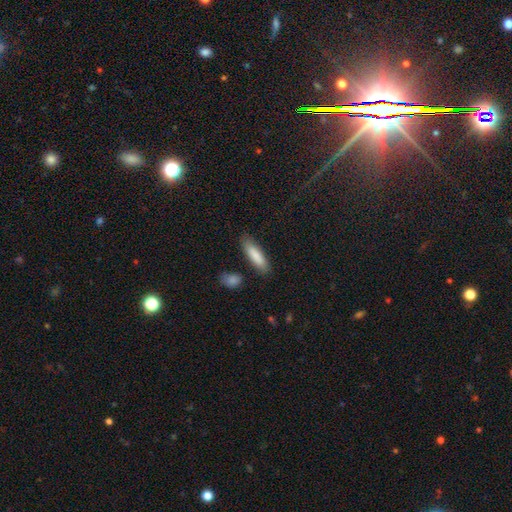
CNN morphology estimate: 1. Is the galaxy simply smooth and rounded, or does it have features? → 85% smooth, 10% featured or disk, 6% star or artifact.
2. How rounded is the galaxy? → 62% cigar-shaped, 37% in between, 2% round.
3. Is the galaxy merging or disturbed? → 81% none, 12% minor disturbance, 4% merger, 3% major disturbance.